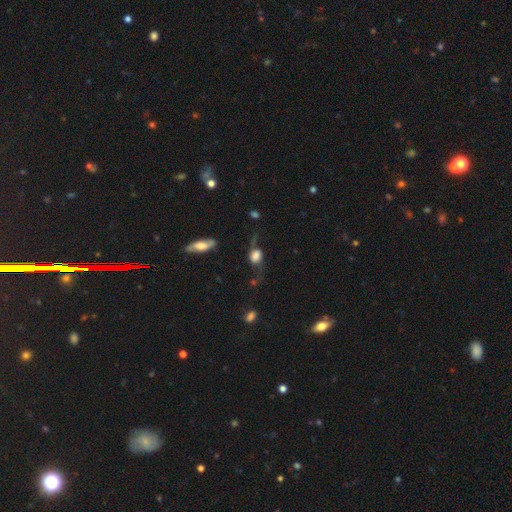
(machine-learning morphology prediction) smooth_or_featured: smooth (p=0.47) [alt: featured or disk p=0.42]
merging: none (p=0.41) [alt: major disturbance p=0.29]